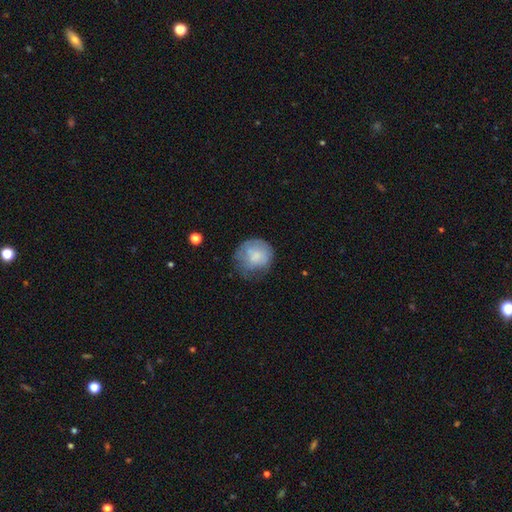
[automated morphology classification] A smooth galaxy with no disk features (66%) that is round (81%). Merging: none (48%).